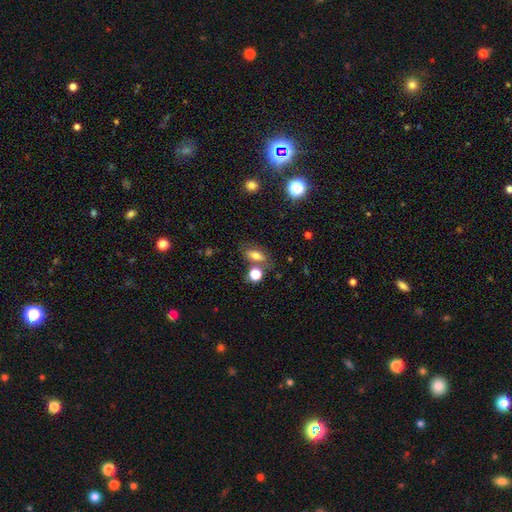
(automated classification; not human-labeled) Smooth or featured? smooth (68%)
How rounded? in between (73%)
Merging? none (65%)